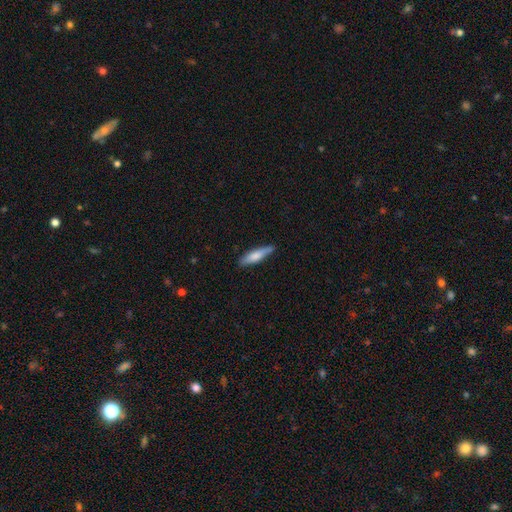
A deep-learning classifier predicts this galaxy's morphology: smooth-or-featured: smooth: 71% | featured or disk: 23% | star or artifact: 6%
  how-rounded: cigar-shaped: 76% | in between: 23% | round: 2%
  merging: none: 78% | minor disturbance: 18% | major disturbance: 3% | merger: 2%